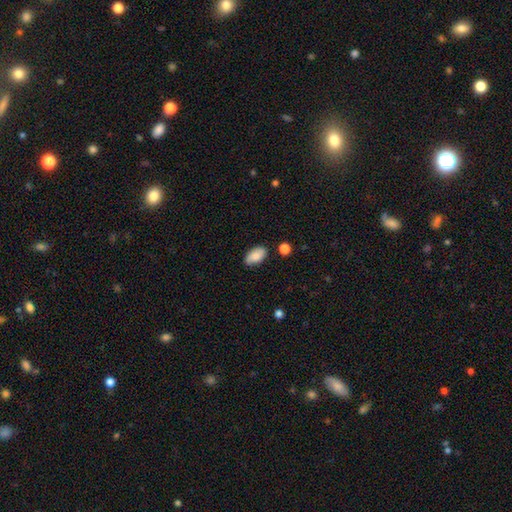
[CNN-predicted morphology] smooth_or_featured: smooth (p=0.81) [alt: featured or disk p=0.12]
how_rounded: in between (p=0.94) [alt: round p=0.04]
merging: none (p=0.82) [alt: minor disturbance p=0.13]